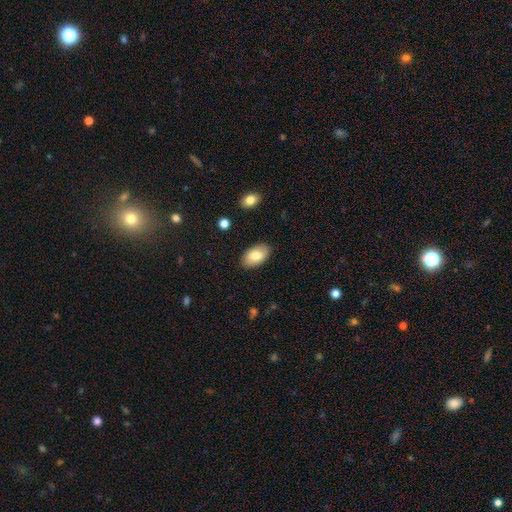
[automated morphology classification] This is likely a smooth galaxy (80%). How rounded: clearly in between (94%). Merging: clearly none (86%).